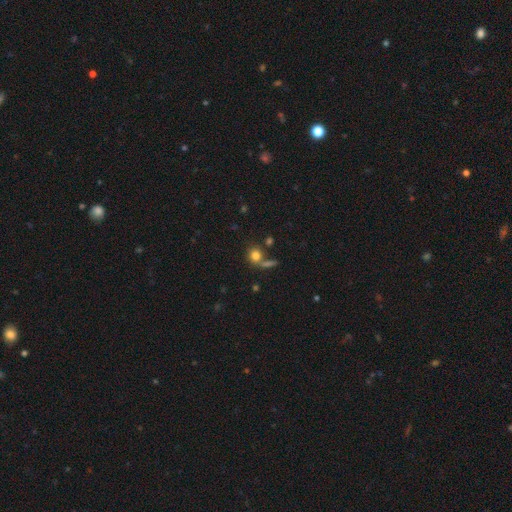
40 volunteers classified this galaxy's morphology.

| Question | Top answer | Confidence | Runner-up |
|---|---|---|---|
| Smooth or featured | smooth | 92% | featured or disk (5%) |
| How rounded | round | 86% | in between (14%) |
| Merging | none | 62% | merger (23%) |